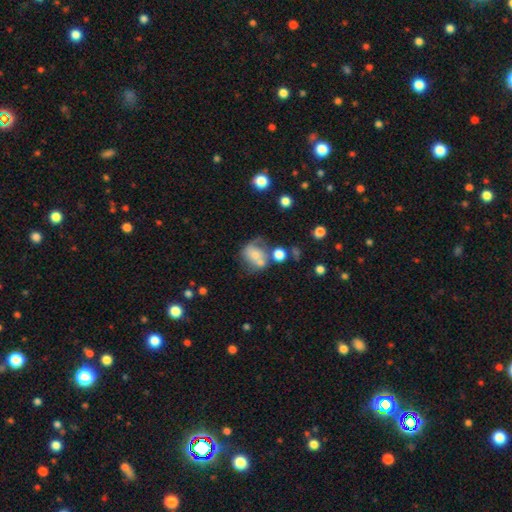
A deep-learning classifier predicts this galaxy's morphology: Smooth or featured? Predicted: smooth (p=0.54). How rounded? Predicted: round (p=0.54). Merging? Predicted: none (p=0.32).